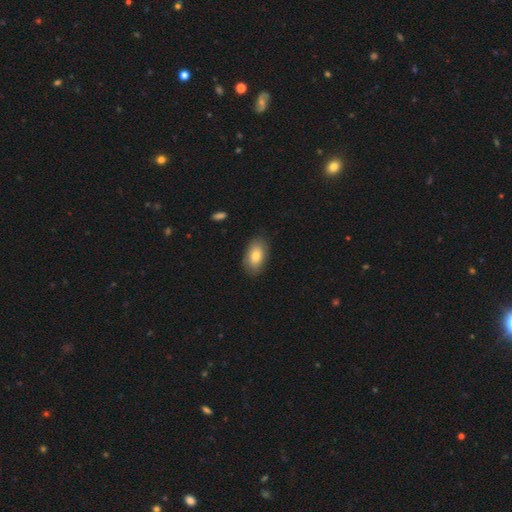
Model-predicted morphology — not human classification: A smooth galaxy with no disk features (80%) that is in between round and cigar-shaped (92%). Merging: none (85%).